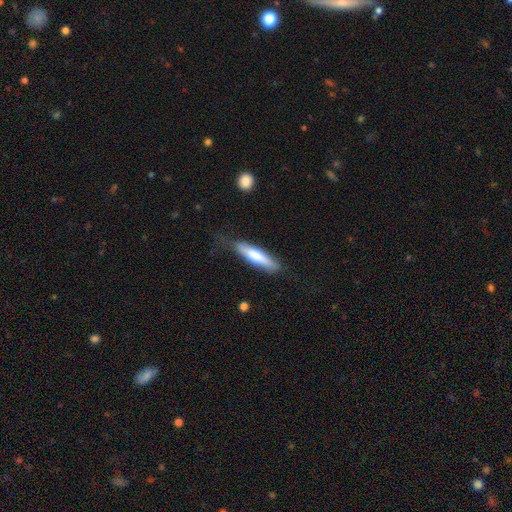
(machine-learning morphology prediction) Smooth or featured: smooth — 71% (featured or disk — 24%)
How rounded: cigar-shaped — 77% (in between — 22%)
Merging: none — 65% (minor disturbance — 25%)